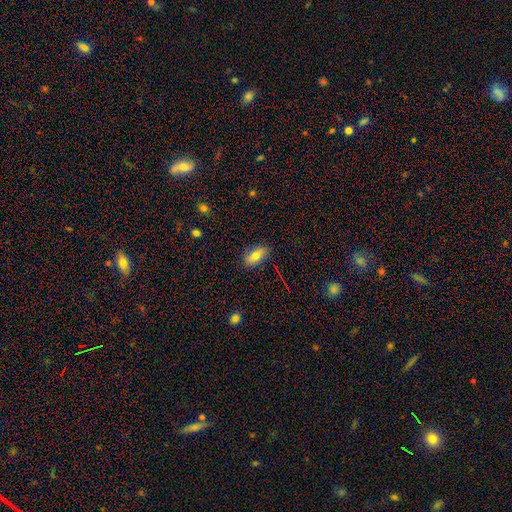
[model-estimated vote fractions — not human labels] Smooth or featured: smooth — 71% (featured or disk — 19%)
How rounded: in between — 86% (cigar-shaped — 8%)
Merging: none — 83% (minor disturbance — 13%)